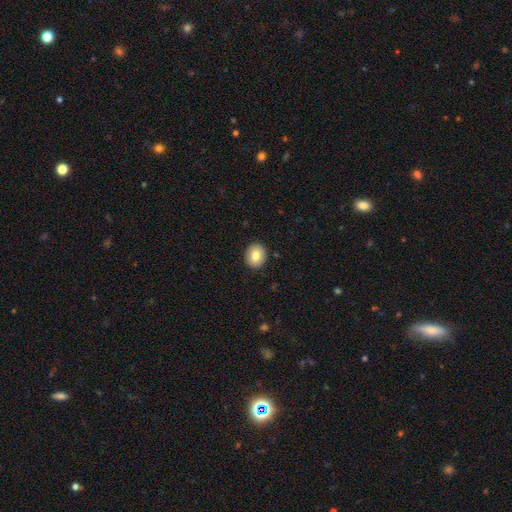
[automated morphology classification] Q: Smooth or featured?
A: smooth (80%); runner-up: featured or disk (11%)
Q: How rounded?
A: round (64%); runner-up: in between (35%)
Q: Merging?
A: none (91%); runner-up: minor disturbance (7%)